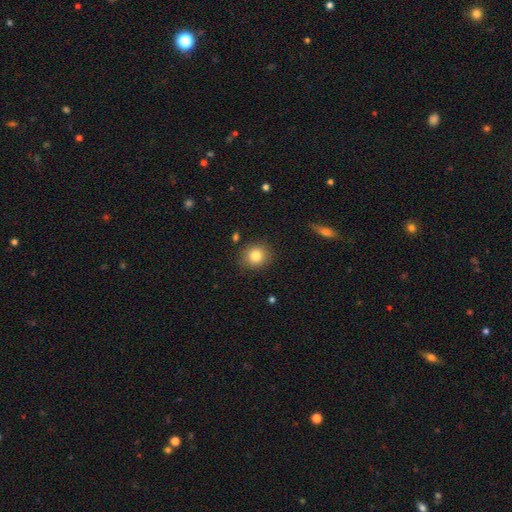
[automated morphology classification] Q: Smooth or featured?
A: smooth (82%); runner-up: star or artifact (10%)
Q: How rounded?
A: round (81%); runner-up: in between (18%)
Q: Merging?
A: none (85%); runner-up: minor disturbance (10%)